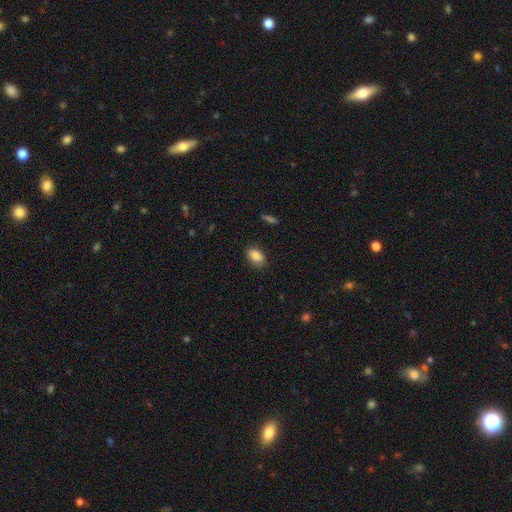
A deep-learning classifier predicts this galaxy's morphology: The model was most divided on "merging": none: 85%, minor disturbance: 12%, major disturbance: 2%, merger: 1%. More confident: how rounded — in between (87%); smooth or featured — smooth (85%).